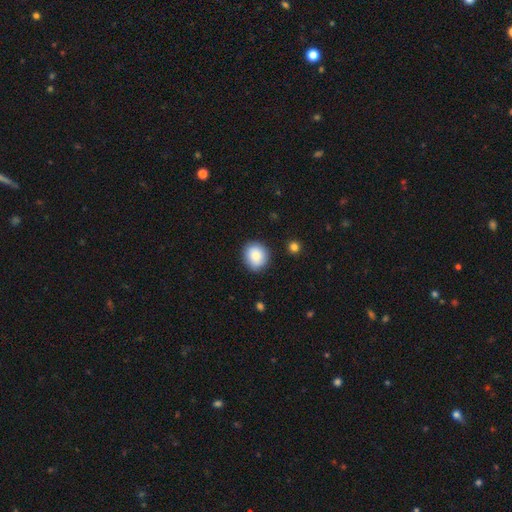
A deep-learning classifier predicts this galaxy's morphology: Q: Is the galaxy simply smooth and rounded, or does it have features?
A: smooth — 86%.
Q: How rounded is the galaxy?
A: round — 79%.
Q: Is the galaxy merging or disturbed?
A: none — 87%.